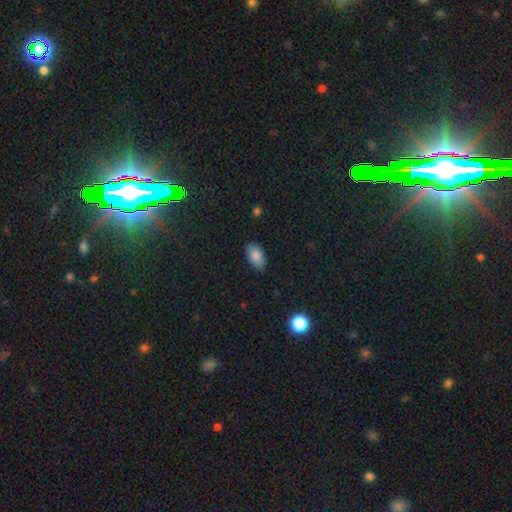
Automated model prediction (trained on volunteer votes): smooth 86%, star or artifact 9%, featured or disk 5%. Down the decision tree: how rounded — in between (94%); merging — none (84%).